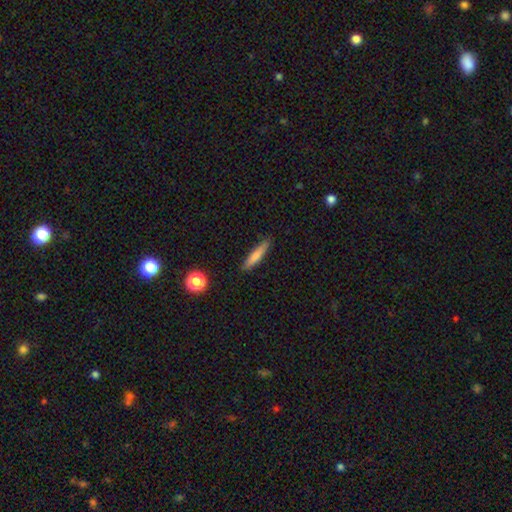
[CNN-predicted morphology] This is likely a smooth galaxy (76%). How rounded: clearly cigar-shaped (86%). Merging: clearly none (86%).